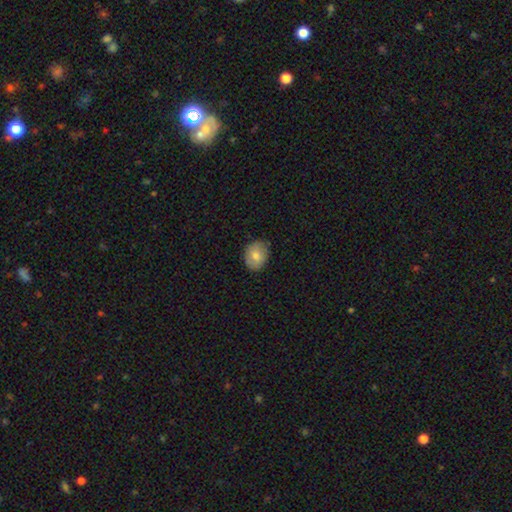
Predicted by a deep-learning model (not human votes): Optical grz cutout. It shows a smooth galaxy with no disk features (76%) that is in between round and cigar-shaped (54%). Merging: none (77%).